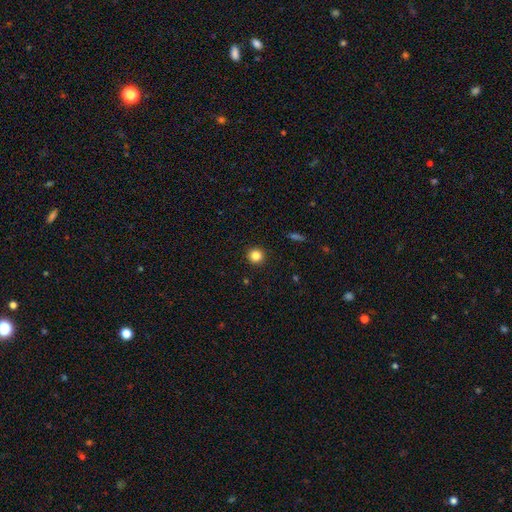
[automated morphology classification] type=smooth (84%); roundness=round (95%); merging=none (93%).